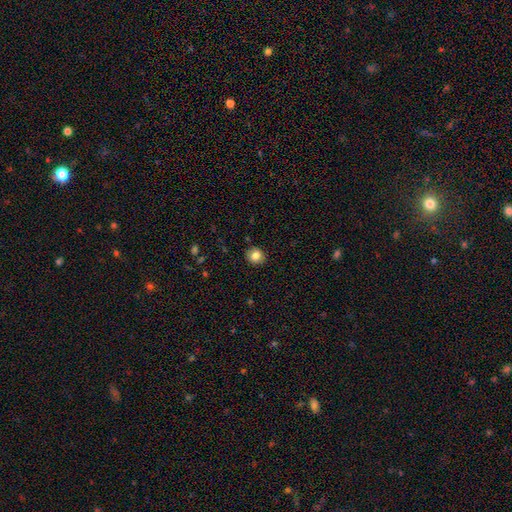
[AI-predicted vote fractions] smooth 82%, star or artifact 10%, featured or disk 8%. Down the decision tree: how rounded — round (84%); merging — none (89%).